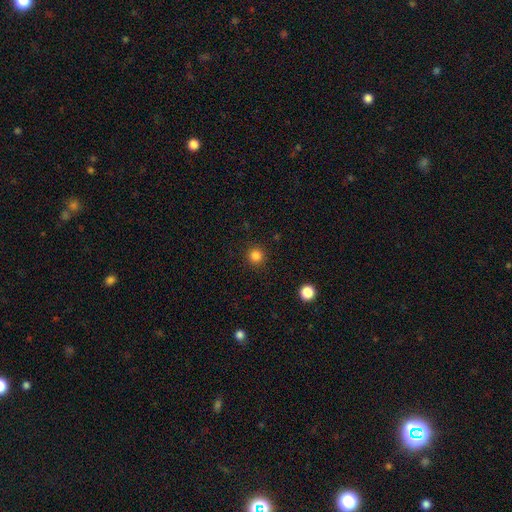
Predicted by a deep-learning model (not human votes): This appears to be a smooth galaxy with no disk features (83%) that is round (95%). Merging: none (91%).